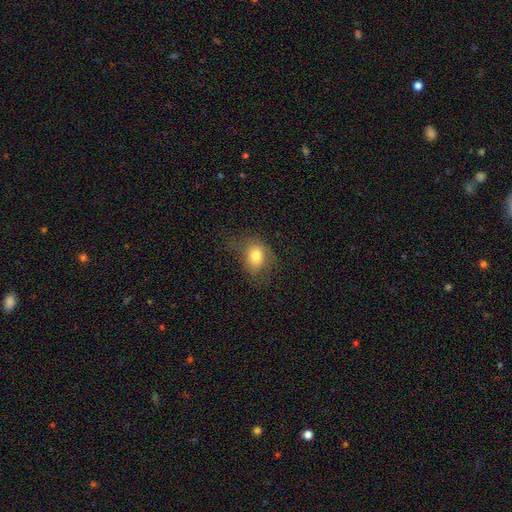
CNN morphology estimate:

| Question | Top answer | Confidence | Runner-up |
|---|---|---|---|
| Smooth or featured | smooth | 74% | featured or disk (15%) |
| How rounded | in between | 54% | round (45%) |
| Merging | none | 47% | minor disturbance (28%) |